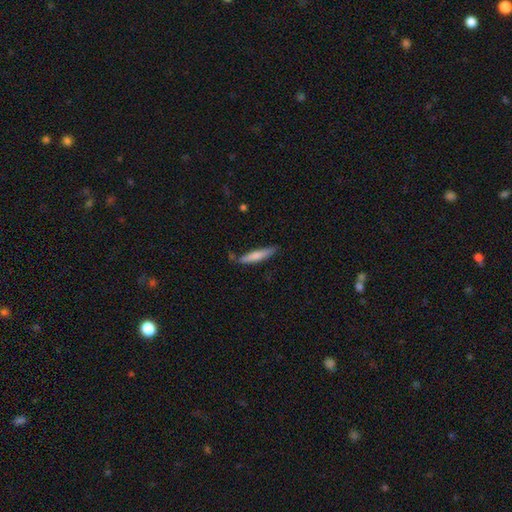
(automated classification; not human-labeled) Smooth or featured?
  - smooth: 72% *
  - featured or disk: 22%
  - star or artifact: 5%
How rounded?
  - cigar-shaped: 89% *
  - in between: 10%
  - round: 1%
Merging?
  - none: 76% *
  - minor disturbance: 16%
  - merger: 5%
  - major disturbance: 3%